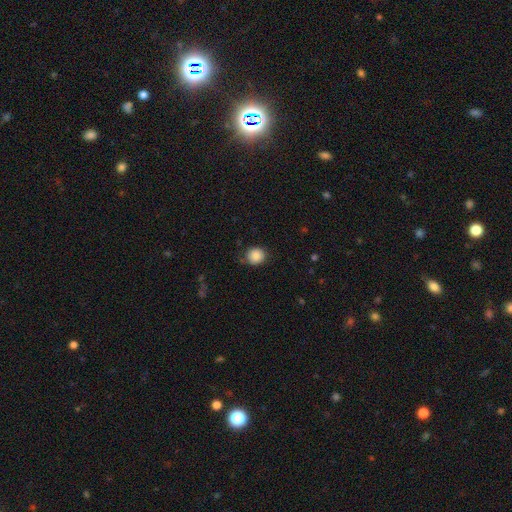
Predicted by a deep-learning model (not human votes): Smooth or featured?
  - smooth: 86% *
  - star or artifact: 9%
  - featured or disk: 5%
How rounded?
  - round: 85% *
  - in between: 14%
  - cigar-shaped: 1%
Merging?
  - none: 79% *
  - minor disturbance: 16%
  - major disturbance: 4%
  - merger: 1%